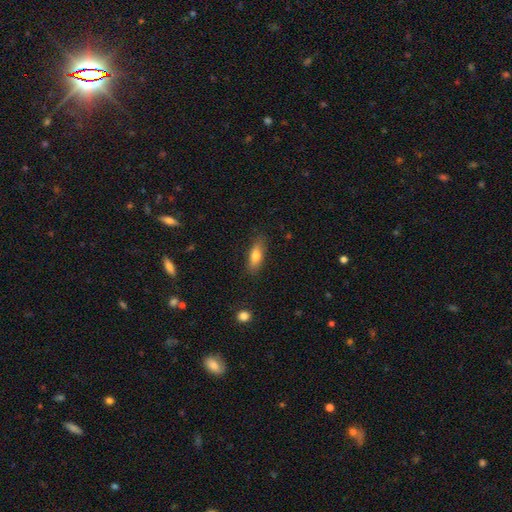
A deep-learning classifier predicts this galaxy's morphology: smooth-or-featured: smooth: 75% | featured or disk: 17% | star or artifact: 7%
  how-rounded: in between: 62% | cigar-shaped: 35% | round: 3%
  merging: none: 82% | minor disturbance: 13% | major disturbance: 3% | merger: 1%